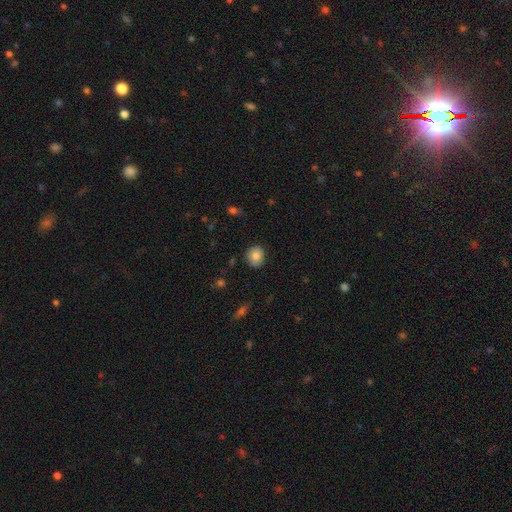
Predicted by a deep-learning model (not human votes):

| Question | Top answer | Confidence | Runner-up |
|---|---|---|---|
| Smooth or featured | smooth | 78% | featured or disk (13%) |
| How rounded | round | 79% | in between (20%) |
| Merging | none | 87% | minor disturbance (10%) |